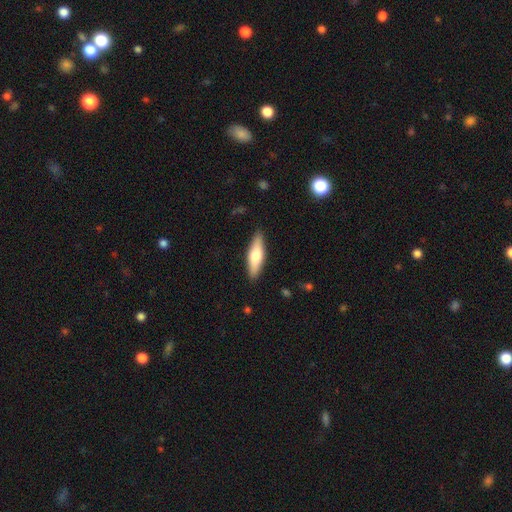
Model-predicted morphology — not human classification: Smooth or featured?
  - smooth: 63% *
  - featured or disk: 32%
  - star or artifact: 5%
How rounded?
  - cigar-shaped: 54% *
  - in between: 44%
  - round: 2%
Merging?
  - none: 88% *
  - minor disturbance: 9%
  - major disturbance: 2%
  - merger: 1%